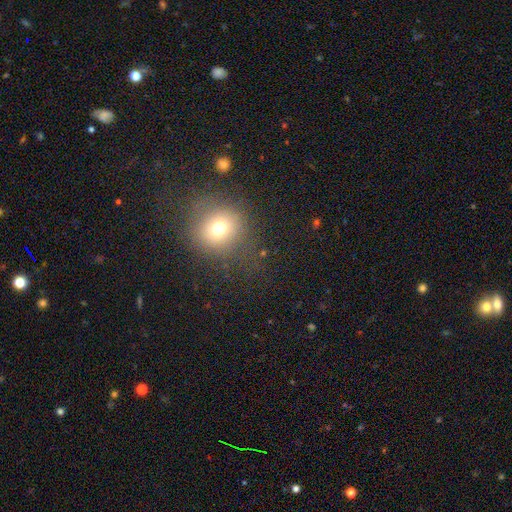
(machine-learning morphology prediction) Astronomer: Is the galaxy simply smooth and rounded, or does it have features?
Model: smooth — 63%.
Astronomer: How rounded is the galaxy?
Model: round — 83%.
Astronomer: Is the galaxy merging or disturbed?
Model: none — 78%.